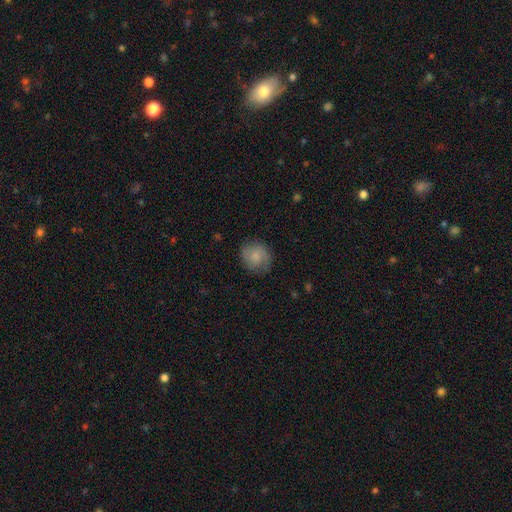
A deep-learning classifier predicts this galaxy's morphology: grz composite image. It shows a smooth galaxy with no disk features (70%) that is round (82%). Merging: none (75%).